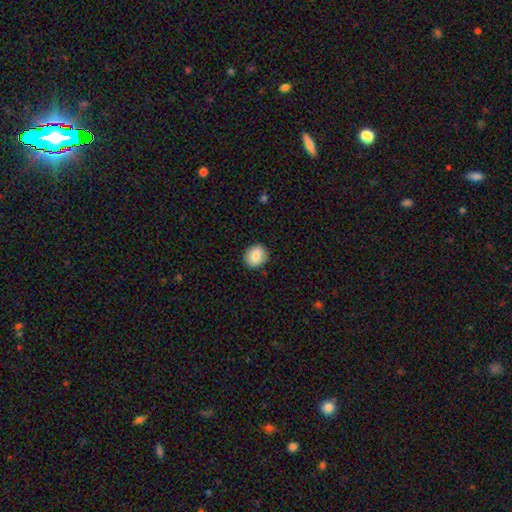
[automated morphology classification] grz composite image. It shows a smooth galaxy with no disk features (82%) that is round (73%). Merging: none (88%).